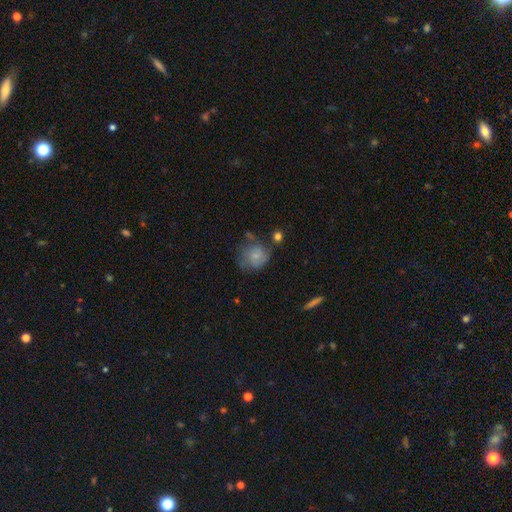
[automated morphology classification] Smooth or featured?
  - smooth: 56% *
  - featured or disk: 35%
  - star or artifact: 9%
How rounded?
  - round: 77% *
  - in between: 22%
  - cigar-shaped: 1%
Merging?
  - none: 48% *
  - minor disturbance: 28%
  - major disturbance: 17%
  - merger: 7%